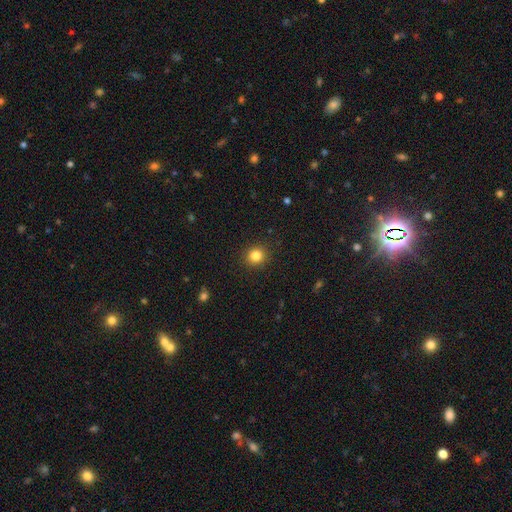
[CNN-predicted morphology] type=smooth (84%); roundness=round (86%); merging=none (91%).